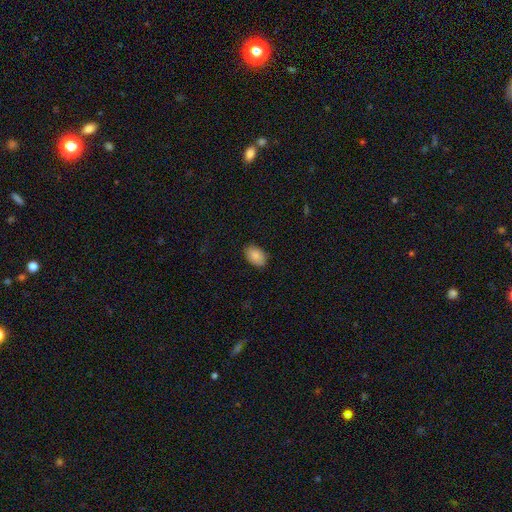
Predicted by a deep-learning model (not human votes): Morphology: type=smooth (89%); roundness=in between (89%); merging=none (87%).